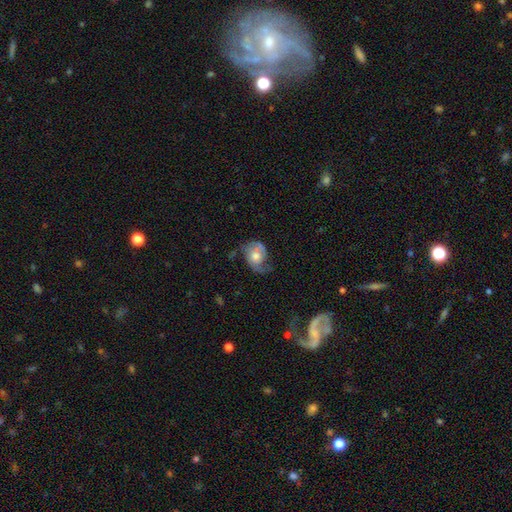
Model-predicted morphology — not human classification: type=featured or disk (49%); merging=none (38%).